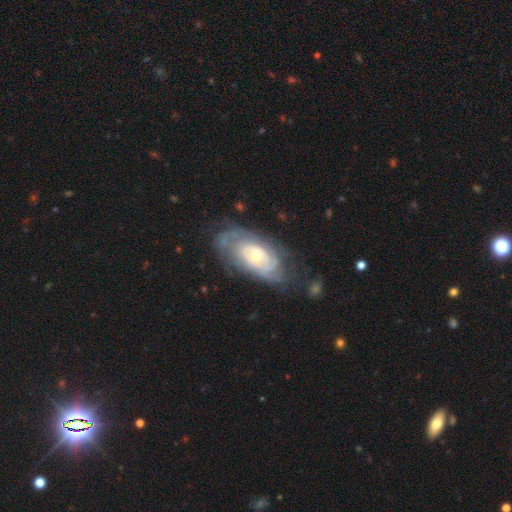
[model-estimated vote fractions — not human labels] Morphology: type=featured or disk (82%); edge-on=no (94%); bar=no (75%); spiral arms=yes (91%); winding=tight (73%); arm count=can't tell (45%); bulge=moderate (56%); merging=none (63%).